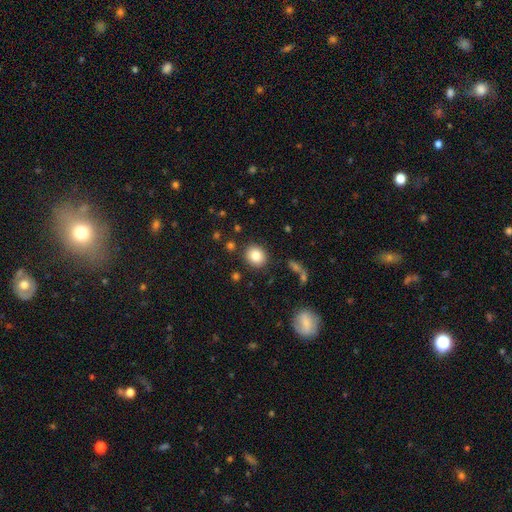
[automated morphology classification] Smooth or featured?
  - smooth: 83% *
  - star or artifact: 9%
  - featured or disk: 7%
How rounded?
  - round: 74% *
  - in between: 25%
  - cigar-shaped: 1%
Merging?
  - none: 88% *
  - minor disturbance: 7%
  - major disturbance: 3%
  - merger: 2%